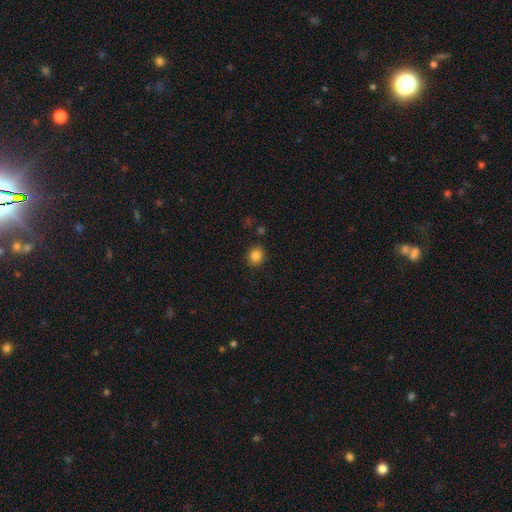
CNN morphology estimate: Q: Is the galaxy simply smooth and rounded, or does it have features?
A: smooth — 84%.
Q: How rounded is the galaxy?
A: round — 80%.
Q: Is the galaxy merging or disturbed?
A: none — 88%.